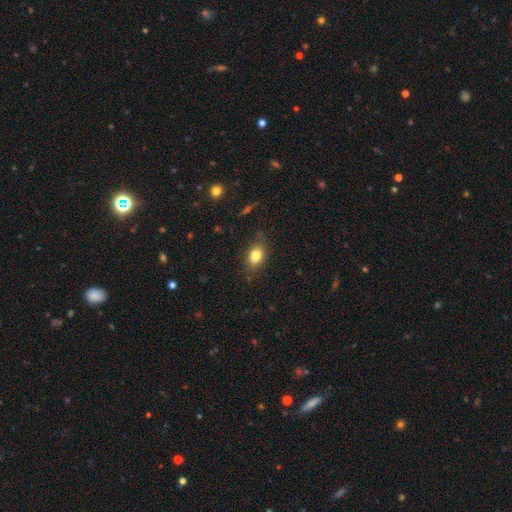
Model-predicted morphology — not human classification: Q: Smooth or featured?
A: smooth (82%); runner-up: featured or disk (9%)
Q: How rounded?
A: in between (81%); runner-up: round (17%)
Q: Merging?
A: none (79%); runner-up: minor disturbance (15%)